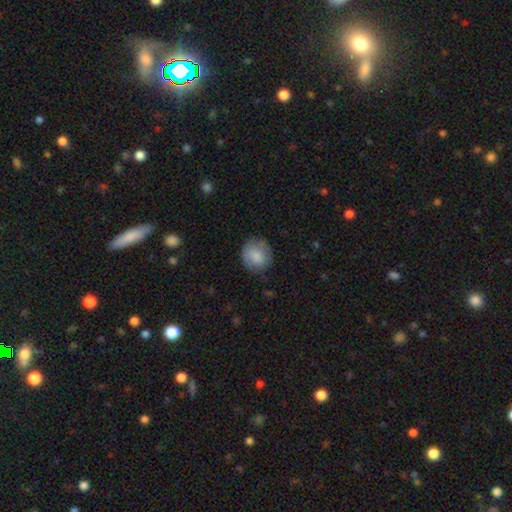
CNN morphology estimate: Smooth or featured? Predicted: smooth (p=0.77). How rounded? Predicted: round (p=0.78). Merging? Predicted: none (p=0.74).